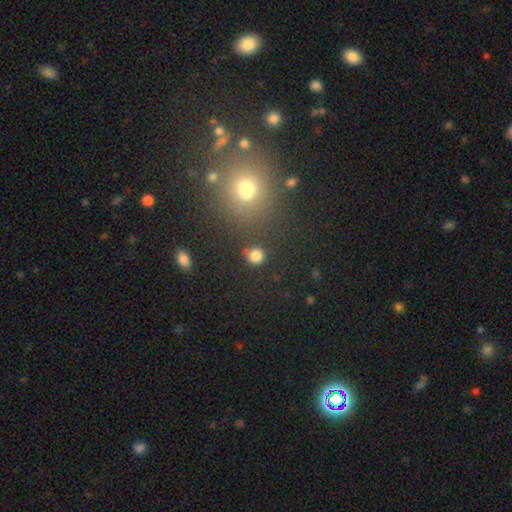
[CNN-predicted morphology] smooth 82%, star or artifact 14%, featured or disk 5%. Down the decision tree: how rounded — round (83%); merging — none (75%).